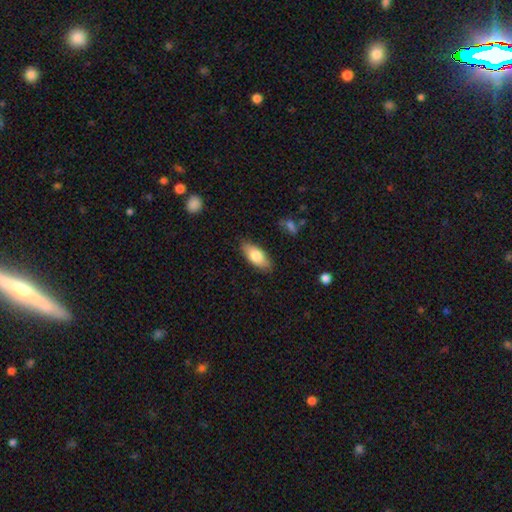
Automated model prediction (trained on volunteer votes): Smooth or featured: smooth — 78% (featured or disk — 16%)
How rounded: in between — 83% (cigar-shaped — 14%)
Merging: none — 85% (minor disturbance — 11%)